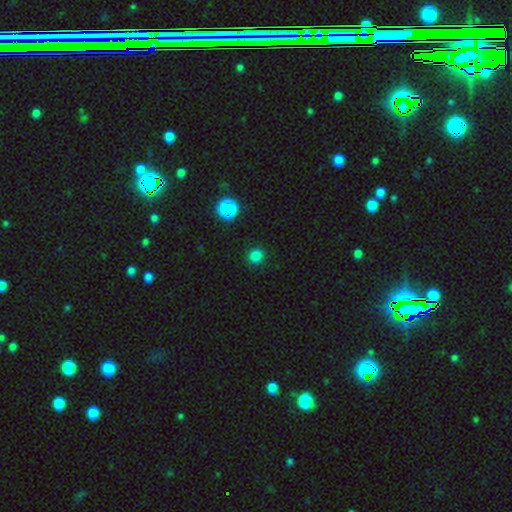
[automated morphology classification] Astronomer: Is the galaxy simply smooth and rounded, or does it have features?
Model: smooth — 81%.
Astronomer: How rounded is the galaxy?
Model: round — 84%.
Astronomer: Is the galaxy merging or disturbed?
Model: none — 89%.